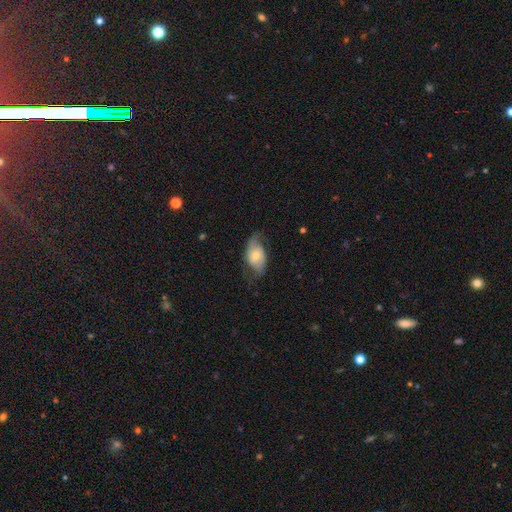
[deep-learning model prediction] smooth_or_featured: featured or disk (p=0.55) [alt: smooth p=0.38]
disk_edge_on: no (p=0.93) [alt: yes p=0.07]
bar: no (p=0.64) [alt: weak p=0.27]
has_spiral_arms: yes (p=0.78) [alt: no p=0.22]
bulge_size: moderate (p=0.50) [alt: small p=0.40]
merging: none (p=0.57) [alt: minor disturbance p=0.25]